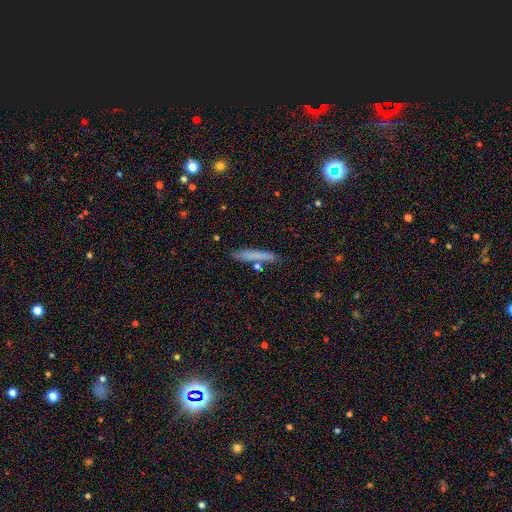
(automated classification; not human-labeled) The model was most divided on "smooth or featured": smooth: 72%, featured or disk: 19%, star or artifact: 9%. More confident: how rounded — cigar-shaped (93%); merging — none (81%).